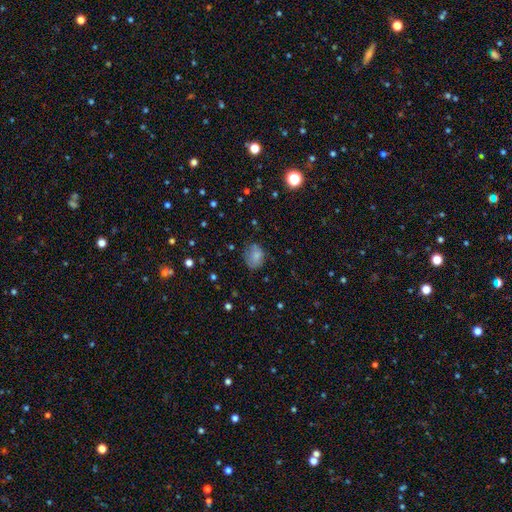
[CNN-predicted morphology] Q: Smooth or featured?
A: smooth (77%); runner-up: featured or disk (12%)
Q: How rounded?
A: in between (57%); runner-up: round (42%)
Q: Merging?
A: none (59%); runner-up: minor disturbance (28%)